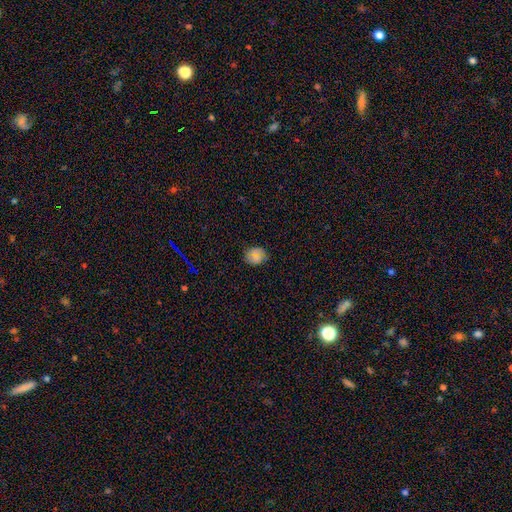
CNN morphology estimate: type=smooth (72%); roundness=round (62%); merging=none (79%).